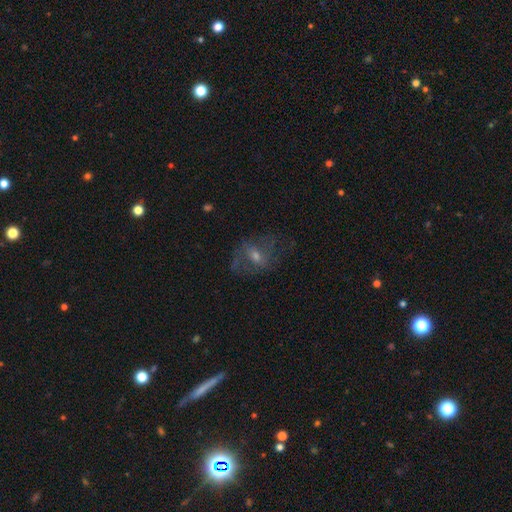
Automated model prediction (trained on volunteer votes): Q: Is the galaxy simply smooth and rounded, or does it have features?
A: featured or disk — 54%.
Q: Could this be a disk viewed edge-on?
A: no — 94%.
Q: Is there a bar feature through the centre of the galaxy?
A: no — 45%.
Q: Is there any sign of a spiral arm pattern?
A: yes — 63%.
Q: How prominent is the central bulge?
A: moderate — 48%.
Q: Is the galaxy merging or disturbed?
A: none — 59%.